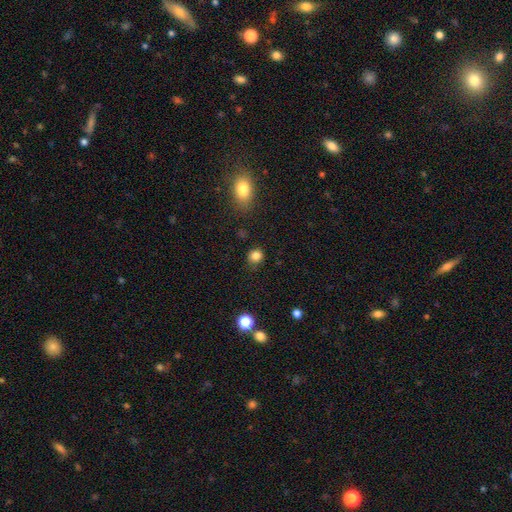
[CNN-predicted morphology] Overall: smooth (82%). How rounded: round (79%). Merging: none (76%).